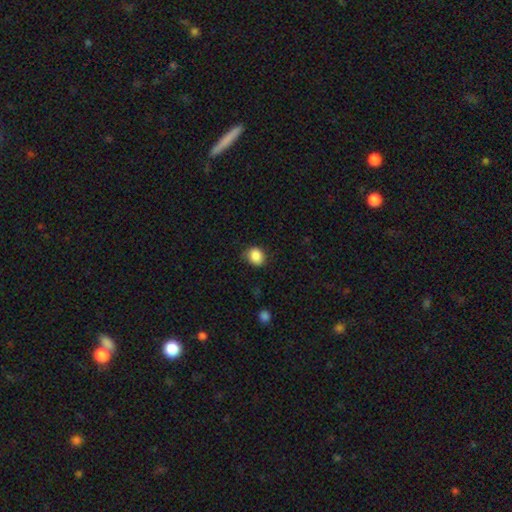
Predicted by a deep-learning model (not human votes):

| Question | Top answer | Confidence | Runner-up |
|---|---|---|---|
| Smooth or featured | smooth | 87% | star or artifact (9%) |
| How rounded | round | 64% | in between (35%) |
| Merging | none | 76% | minor disturbance (19%) |